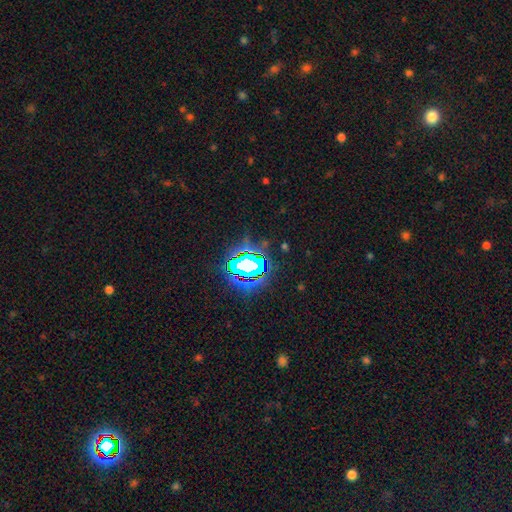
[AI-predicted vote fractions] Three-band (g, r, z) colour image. It shows a star or artifact, not a galaxy (81%).